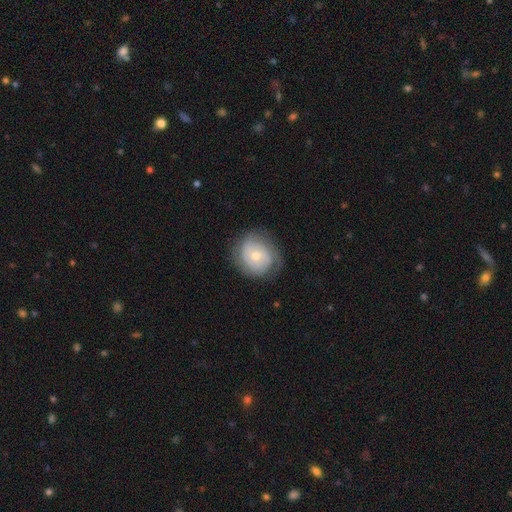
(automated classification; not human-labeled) smooth-or-featured: featured or disk: 56% | smooth: 37% | star or artifact: 7%
  disk-edge-on: no: 97% | yes: 3%
    bar: no: 76% | weak: 20% | strong: 4%
    has-spiral-arms: yes: 77% | no: 23%
    bulge-size: moderate: 54% | small: 42% | large: 2% | none: 1% | dominant: 1%
  merging: none: 72% | minor disturbance: 19% | major disturbance: 8% | merger: 1%